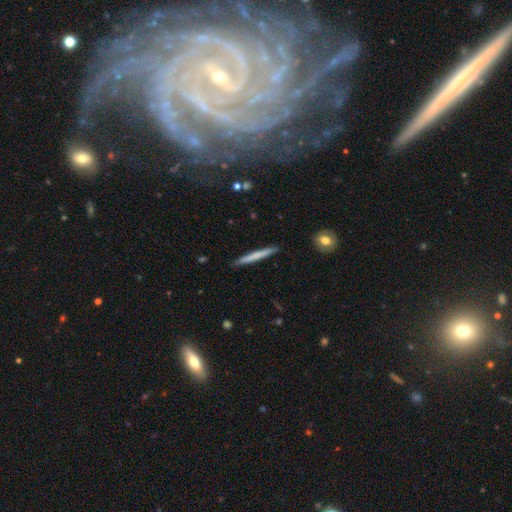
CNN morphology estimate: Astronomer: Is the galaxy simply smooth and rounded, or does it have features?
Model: smooth — 65%.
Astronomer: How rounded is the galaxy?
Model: cigar-shaped — 97%.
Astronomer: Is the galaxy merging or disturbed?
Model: none — 91%.